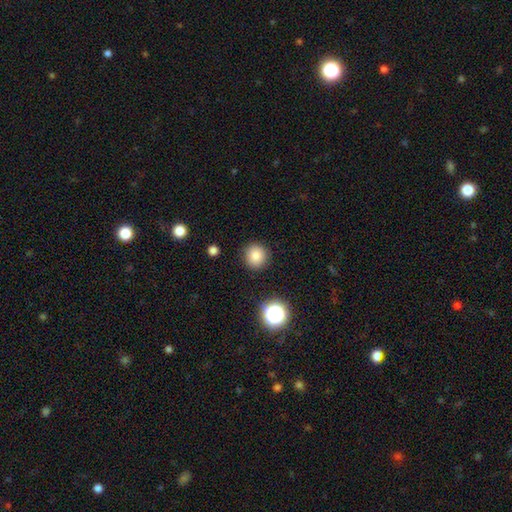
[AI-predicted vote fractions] Smooth or featured: smooth — 82% (star or artifact — 12%)
How rounded: round — 93% (in between — 6%)
Merging: none — 90% (minor disturbance — 6%)